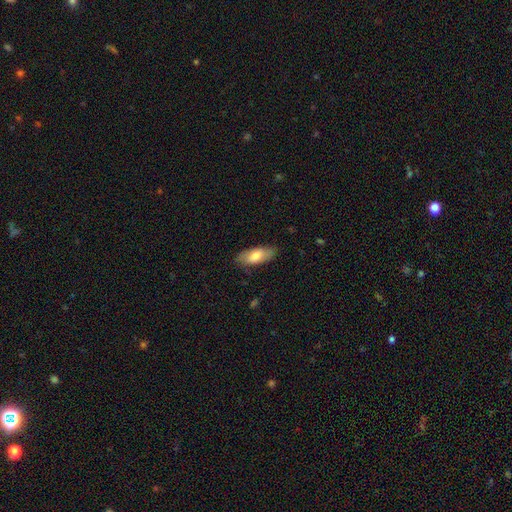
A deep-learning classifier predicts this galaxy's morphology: Smooth or featured? smooth (73%)
How rounded? in between (80%)
Merging? none (81%)